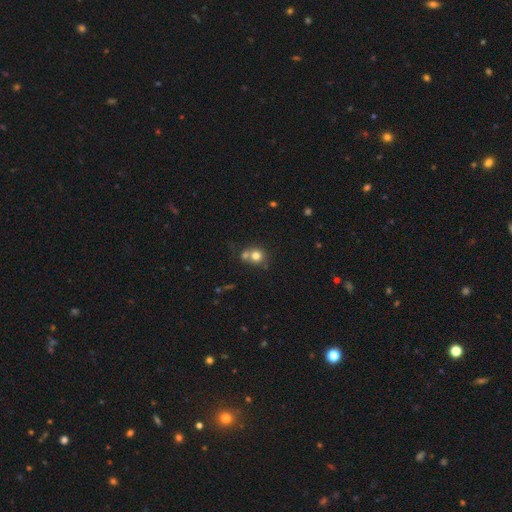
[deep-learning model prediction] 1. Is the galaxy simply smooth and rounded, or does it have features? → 76% smooth, 12% star or artifact, 12% featured or disk.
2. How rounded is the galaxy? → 84% round, 15% in between, 1% cigar-shaped.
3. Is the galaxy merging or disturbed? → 47% none, 42% merger, 8% minor disturbance, 3% major disturbance.